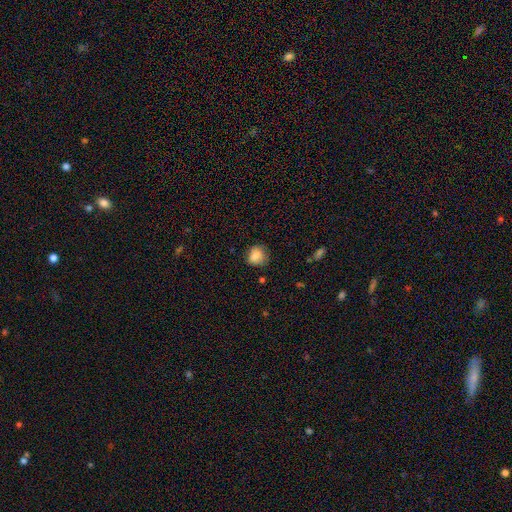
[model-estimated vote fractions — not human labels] Smooth or featured? Predicted: smooth (p=0.84). How rounded? Predicted: round (p=0.74). Merging? Predicted: none (p=0.68).